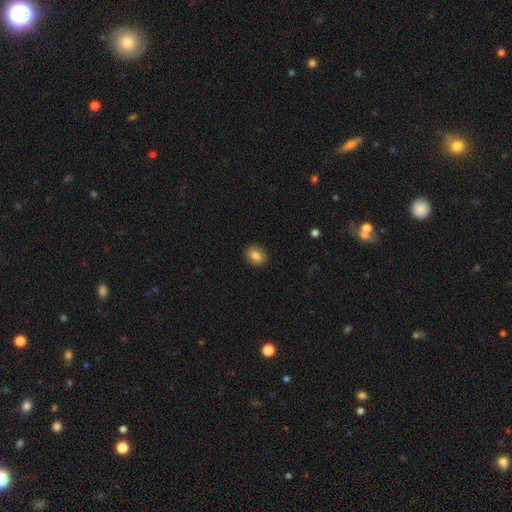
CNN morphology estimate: Smooth or featured? Predicted: smooth (p=0.82). How rounded? Predicted: in between (p=0.51). Merging? Predicted: none (p=0.89).